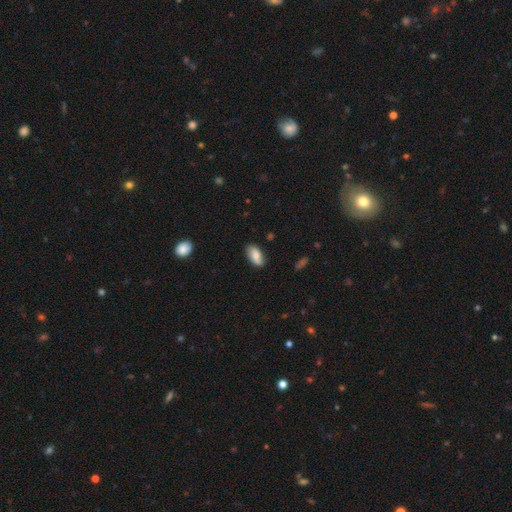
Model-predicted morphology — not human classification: This is likely a smooth galaxy (77%). How rounded: clearly in between (92%). Merging: likely none (80%).